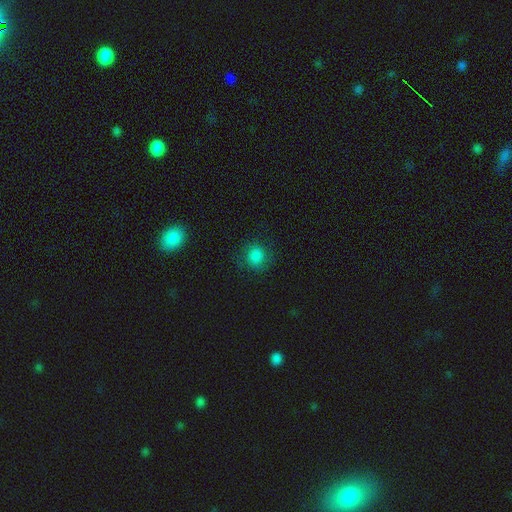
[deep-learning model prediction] Smooth or featured: smooth — 81% (star or artifact — 11%)
How rounded: round — 87% (in between — 12%)
Merging: none — 80% (minor disturbance — 13%)